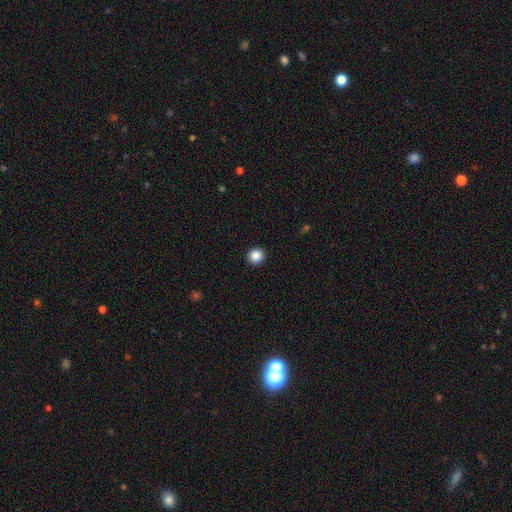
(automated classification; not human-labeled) Smooth or featured? smooth (87%)
How rounded? round (93%)
Merging? none (93%)